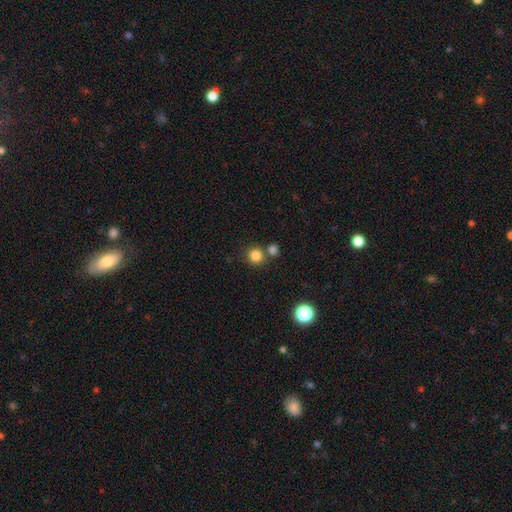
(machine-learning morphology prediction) Smooth or featured? smooth (83%)
How rounded? round (92%)
Merging? none (70%)